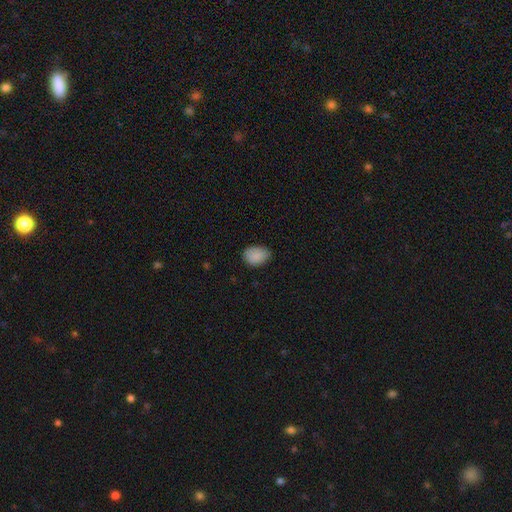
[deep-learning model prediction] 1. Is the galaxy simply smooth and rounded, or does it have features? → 88% smooth, 8% star or artifact, 4% featured or disk.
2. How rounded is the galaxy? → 73% in between, 26% round, 1% cigar-shaped.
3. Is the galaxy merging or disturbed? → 74% none, 21% minor disturbance, 3% major disturbance, 1% merger.